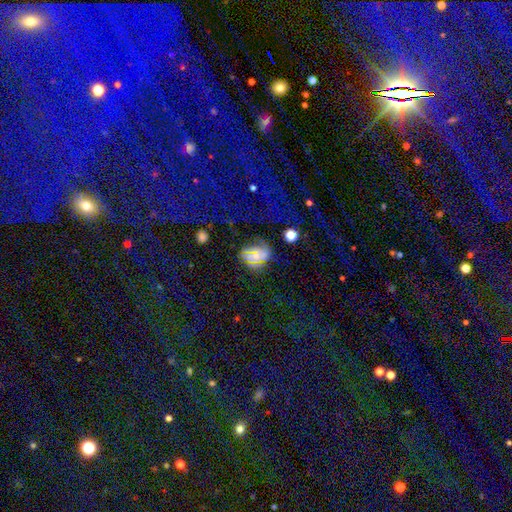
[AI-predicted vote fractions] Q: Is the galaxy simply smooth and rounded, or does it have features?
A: smooth — 45%.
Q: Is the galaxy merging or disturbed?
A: none — 72%.